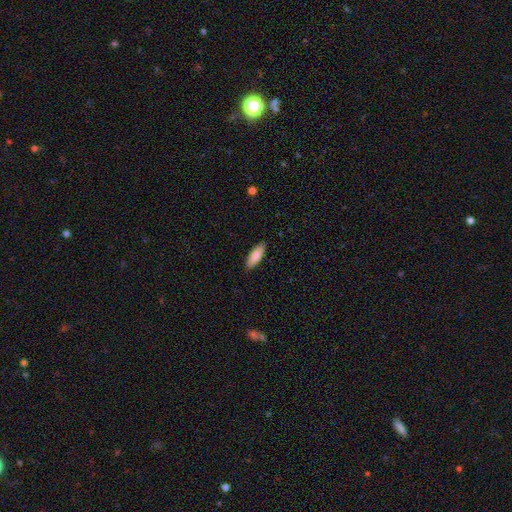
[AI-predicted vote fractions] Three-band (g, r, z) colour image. It shows a smooth galaxy with no disk features (84%) that is in between round and cigar-shaped (52%). Merging: none (89%).